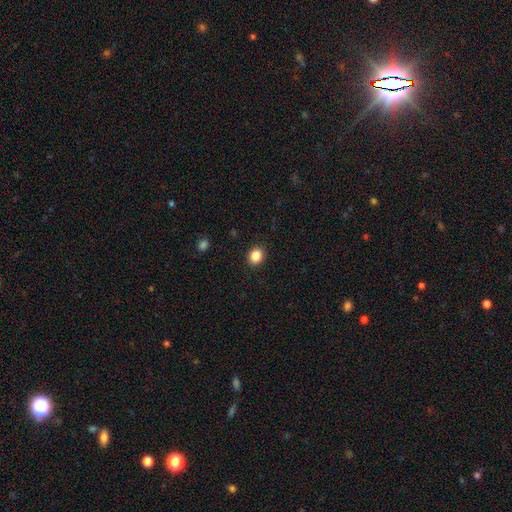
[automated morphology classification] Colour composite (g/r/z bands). It shows a smooth galaxy with no disk features (86%) that is round (61%). Merging: none (91%).